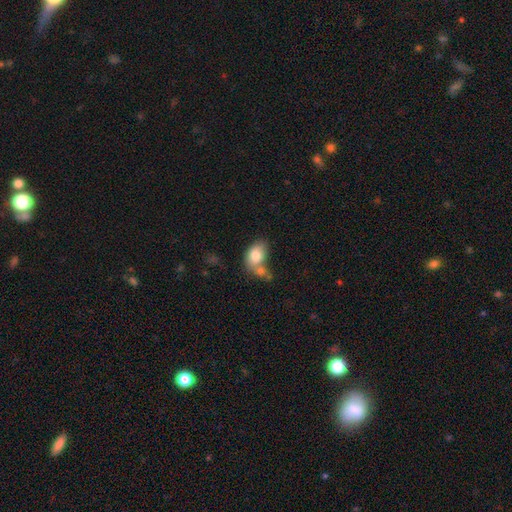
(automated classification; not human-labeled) smooth_or_featured: smooth (p=0.79) [alt: featured or disk p=0.14]
how_rounded: in between (p=0.82) [alt: round p=0.17]
merging: merger (p=0.41) [alt: none p=0.35]